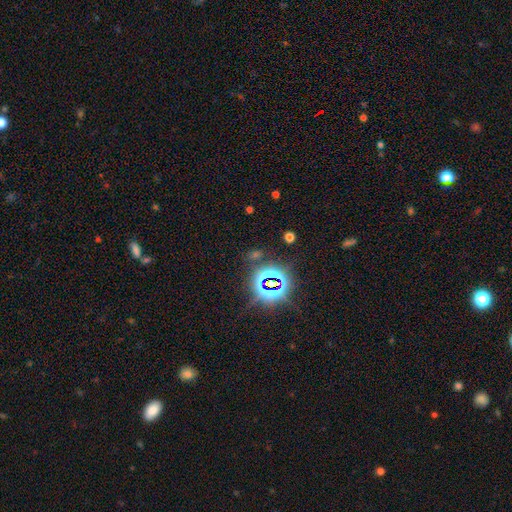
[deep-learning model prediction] Smooth or featured?
  - star or artifact: 75% *
  - smooth: 17%
  - featured or disk: 8%